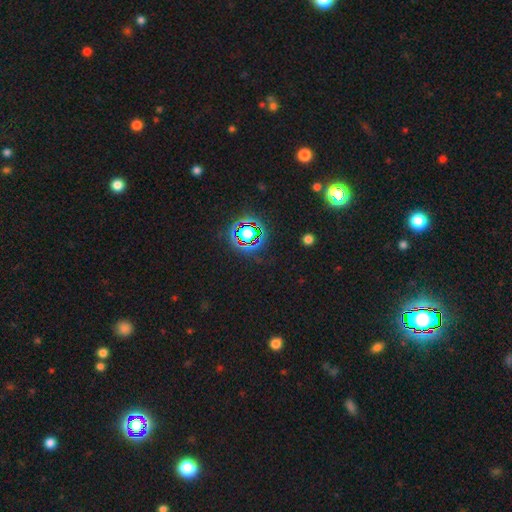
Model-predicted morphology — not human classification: smooth-or-featured: star or artifact: 80% | smooth: 13% | featured or disk: 7%